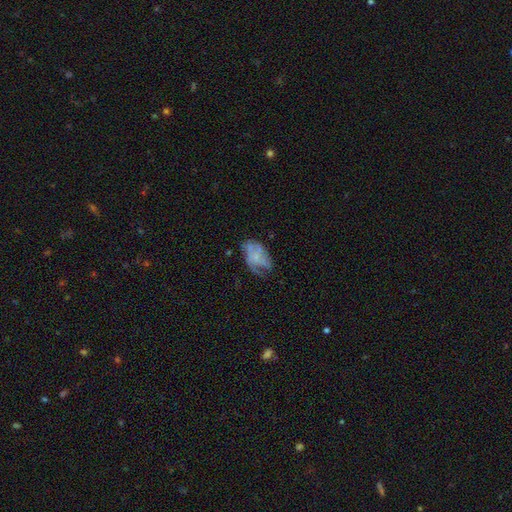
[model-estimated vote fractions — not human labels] The model was most divided on "spiral arms": yes: 57%, no: 43%. Remaining: edge-on disk — no (97%); bar — no (82%); smooth or featured — featured or disk (57%); bulge size — small (49%); merging — none (46%).